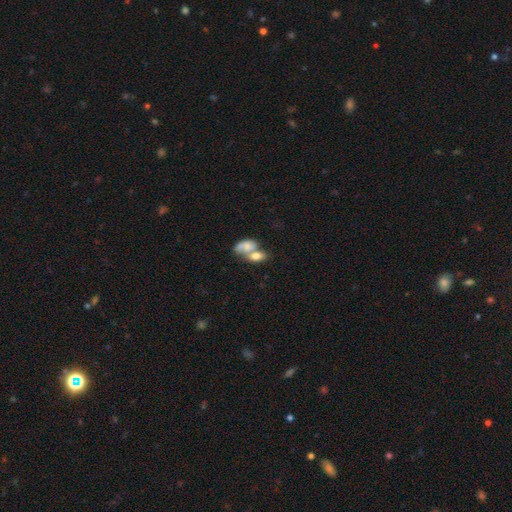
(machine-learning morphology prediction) smooth 69%, featured or disk 23%, star or artifact 8%. Down the decision tree: how rounded — in between (85%); merging — merger (69%).